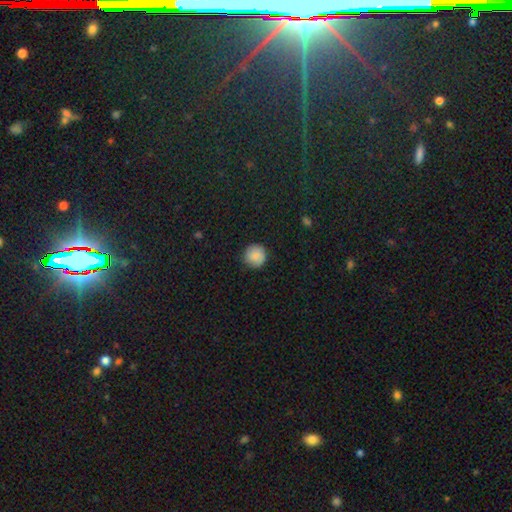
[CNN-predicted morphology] A smooth galaxy with no disk features (86%) that is round (95%).

Vote fractions:
- Smooth or featured? smooth: 86% / star or artifact: 8% / featured or disk: 6%
- How rounded? round: 95% / in between: 5% / cigar-shaped: 1%
- Merging? none: 87% / minor disturbance: 10% / major disturbance: 2% / merger: 1%